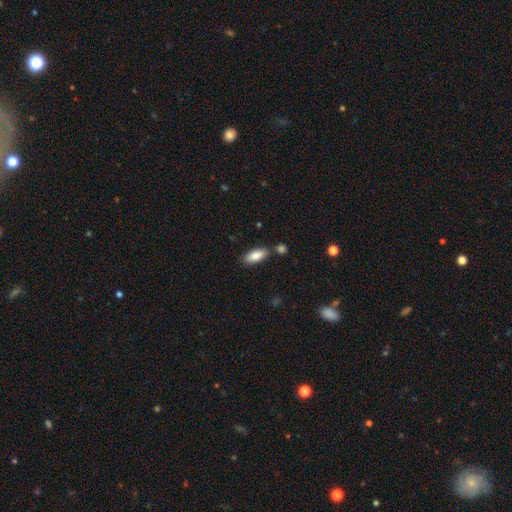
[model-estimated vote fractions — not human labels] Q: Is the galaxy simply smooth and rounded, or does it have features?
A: smooth — 85%.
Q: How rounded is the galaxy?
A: in between — 80%.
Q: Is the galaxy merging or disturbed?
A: none — 74%.